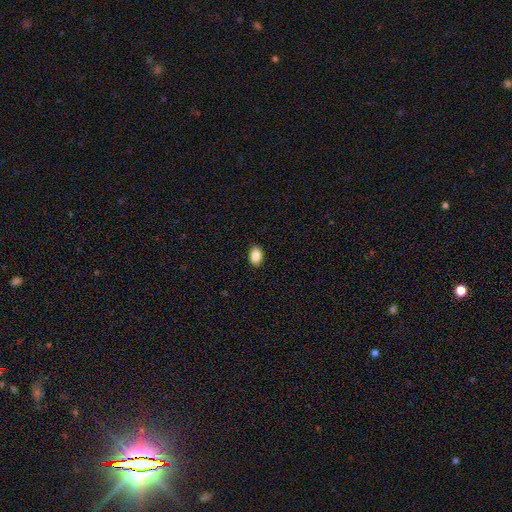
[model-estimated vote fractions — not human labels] Q: Smooth or featured?
A: smooth (87%); runner-up: star or artifact (8%)
Q: How rounded?
A: in between (85%); runner-up: round (14%)
Q: Merging?
A: none (90%); runner-up: minor disturbance (7%)